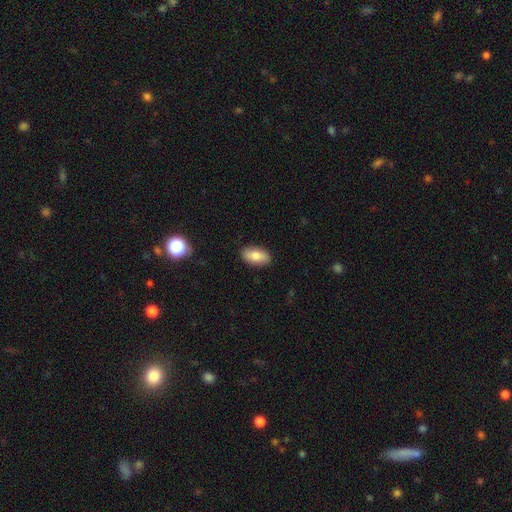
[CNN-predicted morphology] Smooth or featured?
  - smooth: 79% *
  - featured or disk: 14%
  - star or artifact: 7%
How rounded?
  - in between: 91% *
  - cigar-shaped: 6%
  - round: 4%
Merging?
  - none: 88% *
  - minor disturbance: 9%
  - major disturbance: 2%
  - merger: 1%